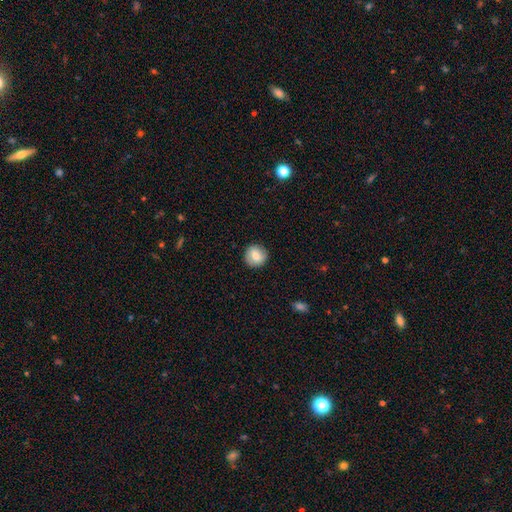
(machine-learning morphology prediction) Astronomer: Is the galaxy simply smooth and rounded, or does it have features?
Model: smooth — 78%.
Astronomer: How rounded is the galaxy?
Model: round — 91%.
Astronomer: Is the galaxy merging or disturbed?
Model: none — 88%.